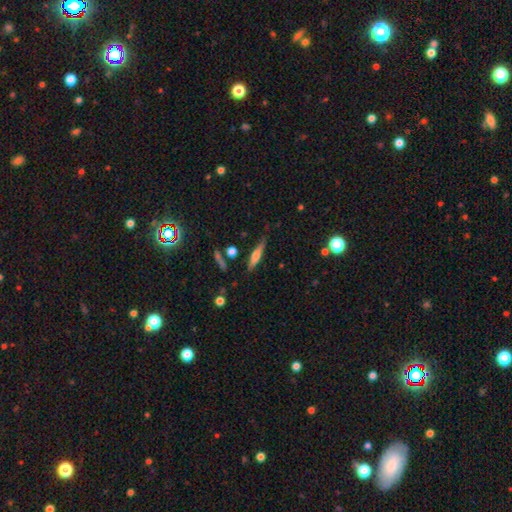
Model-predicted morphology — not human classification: This appears to be a featured or disk galaxy (47%). Merging: none (77%).